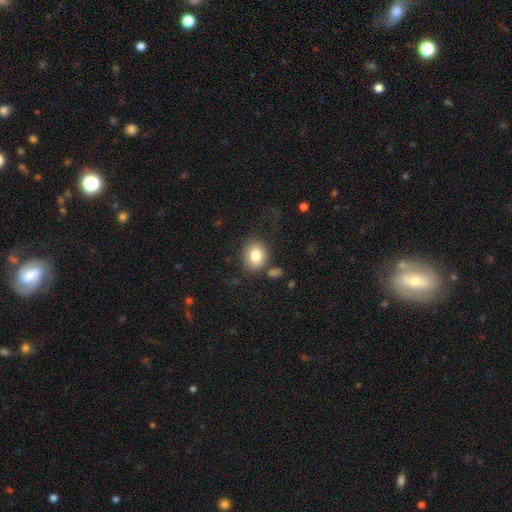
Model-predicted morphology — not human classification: A smooth galaxy with no disk features (81%) that is round (65%).

Vote fractions:
- Smooth or featured? smooth: 81% / featured or disk: 10% / star or artifact: 9%
- How rounded? round: 65% / in between: 34% / cigar-shaped: 1%
- Merging? none: 71% / minor disturbance: 15% / major disturbance: 7% / merger: 7%